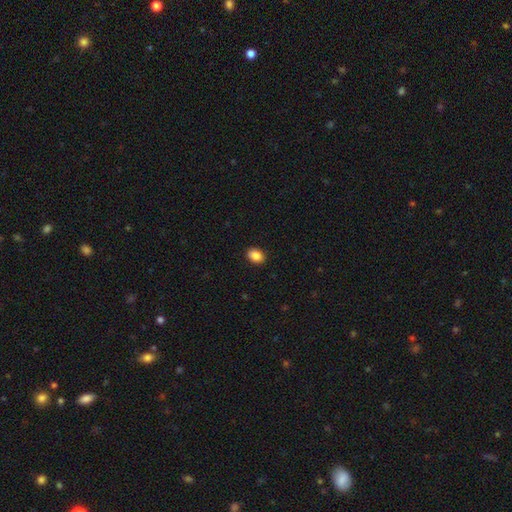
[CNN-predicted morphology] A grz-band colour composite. It shows a smooth galaxy with no disk features (87%) that is in between round and cigar-shaped (74%). Merging: none (90%).